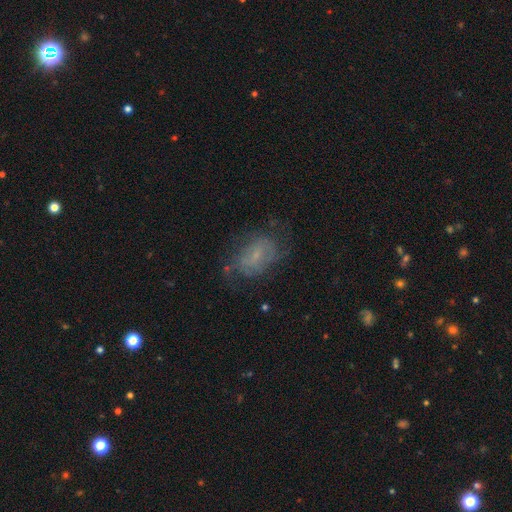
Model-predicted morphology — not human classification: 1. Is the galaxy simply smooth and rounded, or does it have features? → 55% featured or disk, 33% smooth, 12% star or artifact.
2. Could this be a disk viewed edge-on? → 96% no, 4% yes.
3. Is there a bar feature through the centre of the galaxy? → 49% no, 42% weak, 9% strong.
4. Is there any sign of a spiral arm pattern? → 69% yes, 31% no.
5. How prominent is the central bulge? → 60% small, 21% none, 16% moderate, 2% large, 1% dominant.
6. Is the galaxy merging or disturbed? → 57% none, 23% minor disturbance, 18% major disturbance, 2% merger.